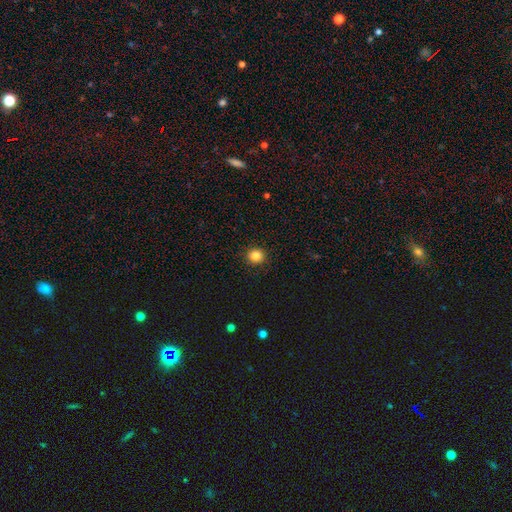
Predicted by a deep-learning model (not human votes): Smooth or featured?
  - smooth: 85% *
  - star or artifact: 11%
  - featured or disk: 4%
How rounded?
  - round: 89% *
  - in between: 10%
  - cigar-shaped: 1%
Merging?
  - none: 92% *
  - minor disturbance: 5%
  - major disturbance: 2%
  - merger: 1%